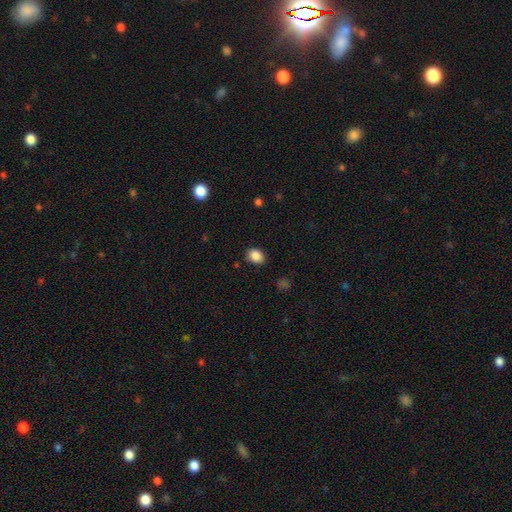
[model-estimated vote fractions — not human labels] Smooth or featured? smooth (87%)
How rounded? in between (57%)
Merging? none (86%)